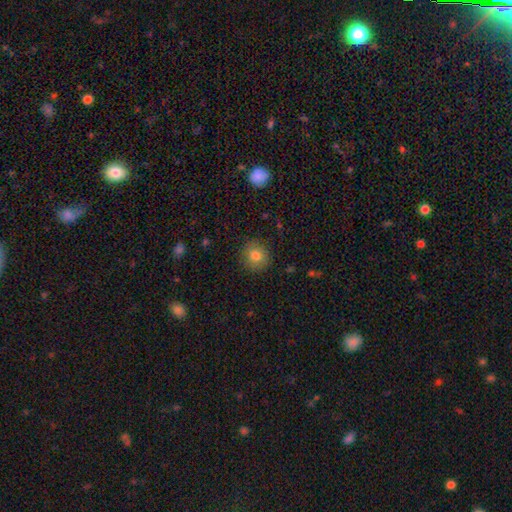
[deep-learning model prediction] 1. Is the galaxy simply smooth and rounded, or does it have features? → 81% smooth, 10% star or artifact, 9% featured or disk.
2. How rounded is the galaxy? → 90% round, 9% in between, 1% cigar-shaped.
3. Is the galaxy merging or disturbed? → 89% none, 7% minor disturbance, 2% major disturbance, 1% merger.